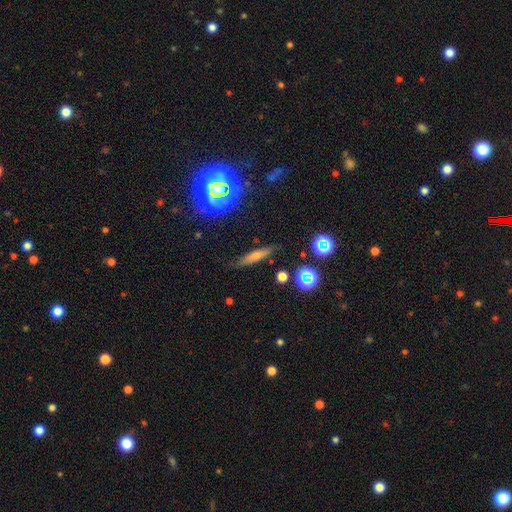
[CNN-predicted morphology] A smooth galaxy with no disk features (51%) that is cigar-shaped (82%).

Vote fractions:
- Smooth or featured? smooth: 51% / featured or disk: 33% / star or artifact: 17%
- How rounded? cigar-shaped: 82% / in between: 13% / round: 5%
- Merging? none: 83% / minor disturbance: 12% / major disturbance: 3% / merger: 2%